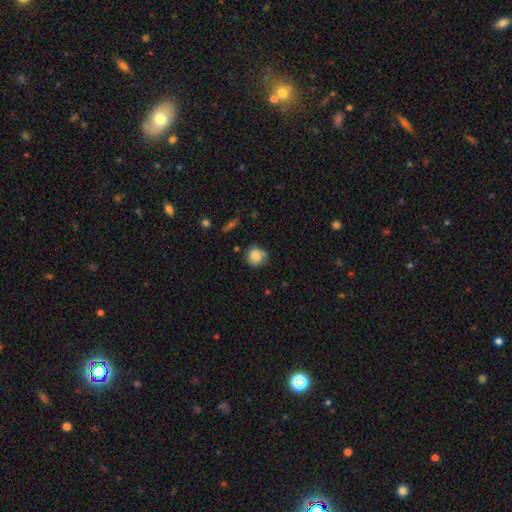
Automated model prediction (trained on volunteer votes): Smooth or featured? Predicted: smooth (p=0.79). How rounded? Predicted: round (p=0.83). Merging? Predicted: none (p=0.58).